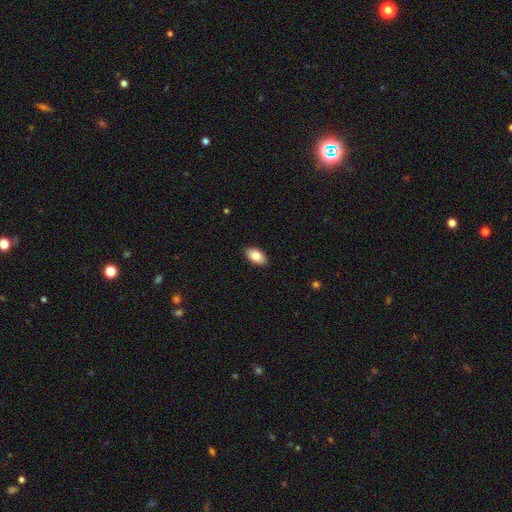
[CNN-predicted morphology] smooth 83%, featured or disk 10%, star or artifact 7%. Down the decision tree: how rounded — in between (94%); merging — none (89%).